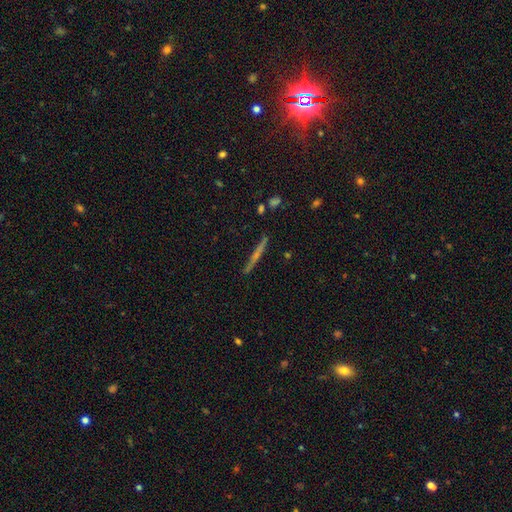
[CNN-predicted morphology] Smooth or featured? Predicted: featured or disk (p=0.52). Edge-on disk? Predicted: yes (p=0.97). Edge-on bulge? Predicted: none (p=0.71). Merging? Predicted: none (p=0.90).